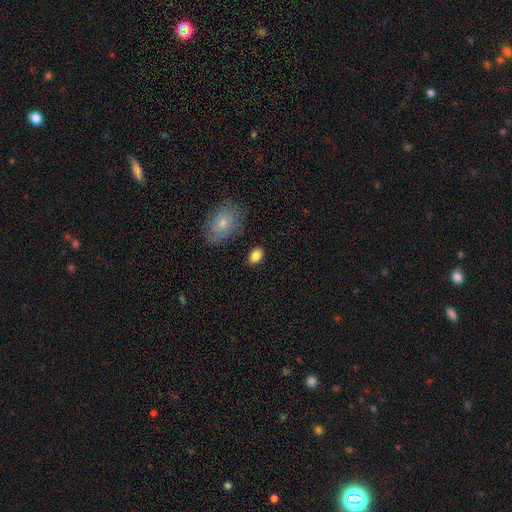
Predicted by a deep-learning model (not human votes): smooth 86%, star or artifact 9%, featured or disk 5%. Down the decision tree: how rounded — in between (73%); merging — none (85%).